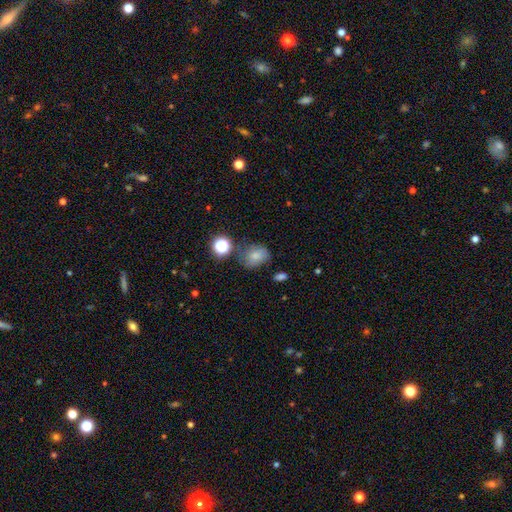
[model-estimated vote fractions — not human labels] smooth_or_featured: smooth (p=0.72) [alt: star or artifact p=0.14]
how_rounded: round (p=0.52) [alt: in between p=0.47]
merging: none (p=0.61) [alt: minor disturbance p=0.24]